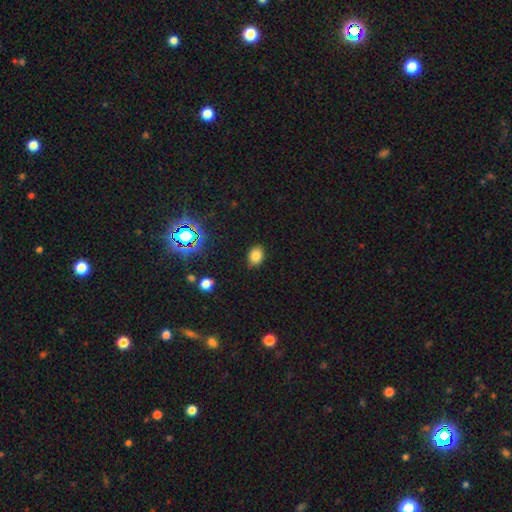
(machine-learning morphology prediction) Smooth or featured? Predicted: smooth (p=0.79). How rounded? Predicted: in between (p=0.63). Merging? Predicted: none (p=0.86).